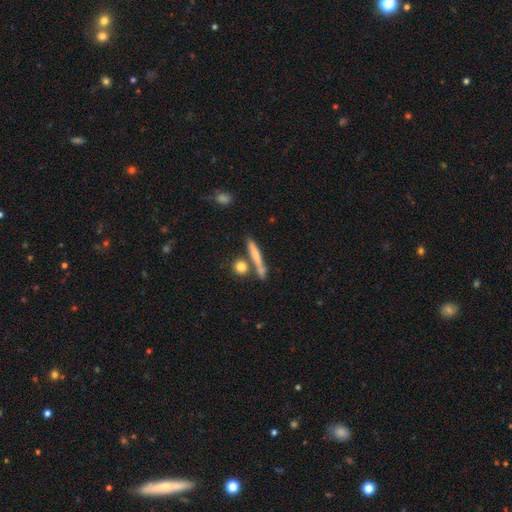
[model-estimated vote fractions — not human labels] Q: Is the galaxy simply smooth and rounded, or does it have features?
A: smooth — 63%.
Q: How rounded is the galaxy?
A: cigar-shaped — 79%.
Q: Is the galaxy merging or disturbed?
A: none — 68%.